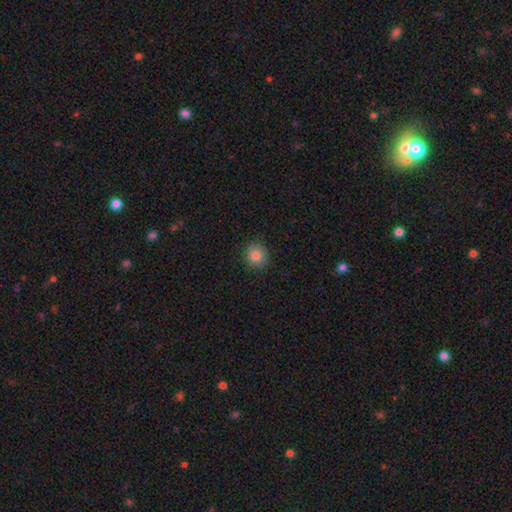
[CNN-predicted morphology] This appears to be a smooth galaxy with no disk features (84%) that is round (89%). Merging: none (90%).